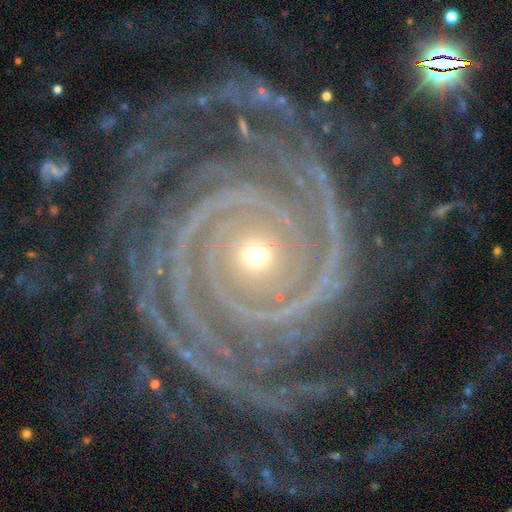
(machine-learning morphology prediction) A featured or disk galaxy (92%) with no bar (74%), 2 (26%) tight (85%) spiral arms (99%) and a small central bulge (60%).

Vote fractions:
- Smooth or featured? featured or disk: 92% / star or artifact: 5% / smooth: 2%
- Edge-on disk? no: 98% / yes: 2%
- Bar? no: 74% / weak: 14% / strong: 12%
- Spiral arms? yes: 99% / no: 1%
- Spiral winding? tight: 85% / medium: 13% / loose: 3%
- Spiral arm count? 2: 26% / 3: 18% / 4: 16% / more than 4: 16% / can't tell: 14% / 1: 11%
- Bulge size? small: 60% / moderate: 36% / large: 2% / none: 1% / dominant: 1%
- Merging? none: 75% / minor disturbance: 14% / major disturbance: 9% / merger: 2%